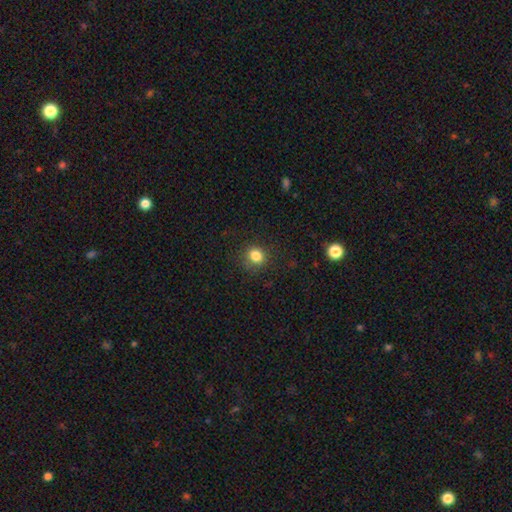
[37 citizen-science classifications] Smooth or featured?
  - smooth: 92% *
  - star or artifact: 5%
  - featured or disk: 3%
How rounded?
  - round: 82% *
  - in between: 18%
  - cigar-shaped: 0%
Merging?
  - none: 86% *
  - minor disturbance: 9%
  - major disturbance: 3%
  - merger: 3%